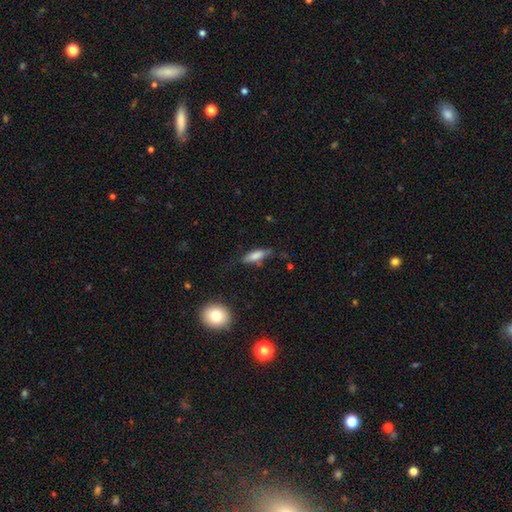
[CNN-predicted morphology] smooth-or-featured: smooth: 73% | featured or disk: 19% | star or artifact: 8%
  how-rounded: cigar-shaped: 49% | in between: 48% | round: 3%
  merging: none: 65% | minor disturbance: 24% | major disturbance: 8% | merger: 4%